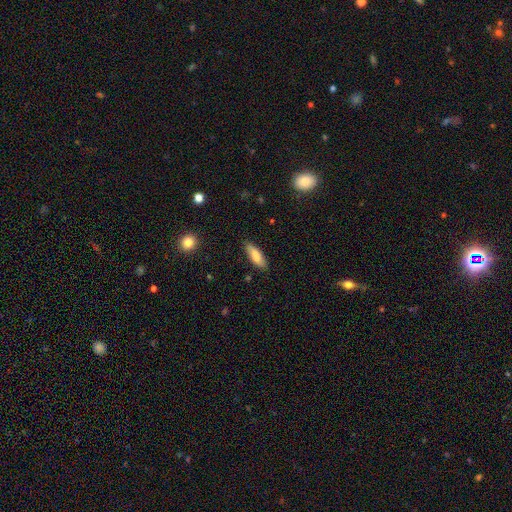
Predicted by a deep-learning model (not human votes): This is clearly a smooth galaxy (81%). How rounded: possibly in between (58%). Merging: clearly none (83%).